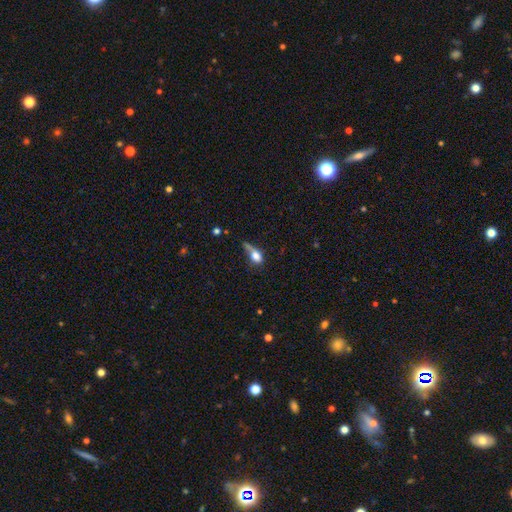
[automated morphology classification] A smooth galaxy with no disk features (71%) that is in between round and cigar-shaped (70%).

Vote fractions:
- Smooth or featured? smooth: 71% / featured or disk: 18% / star or artifact: 10%
- How rounded? in between: 70% / round: 19% / cigar-shaped: 11%
- Merging? major disturbance: 31% / minor disturbance: 28% / none: 27% / merger: 14%